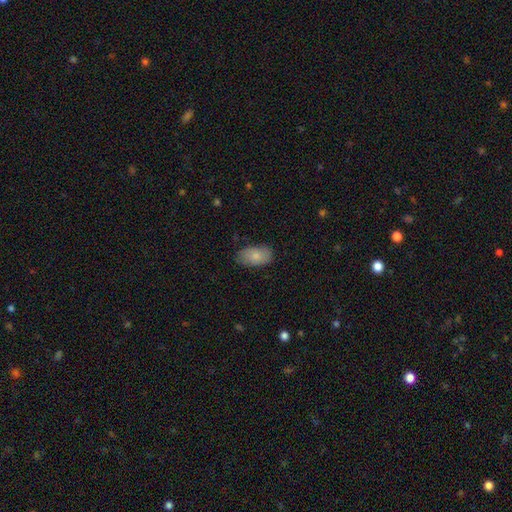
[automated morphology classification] A smooth galaxy with no disk features (77%) that is in between round and cigar-shaped (93%). Merging: none (77%).